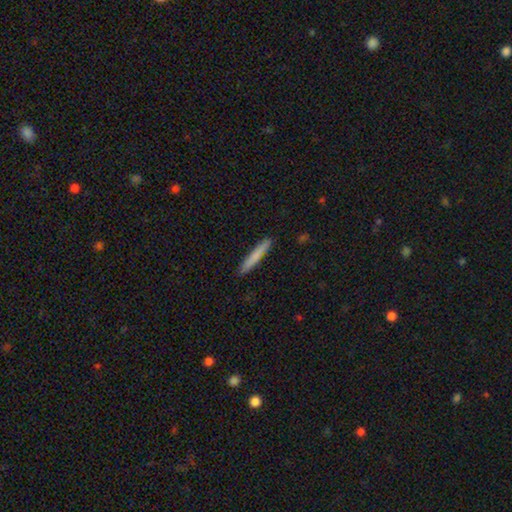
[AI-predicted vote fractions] Morphology: type=smooth (78%); roundness=cigar-shaped (96%); merging=none (91%).